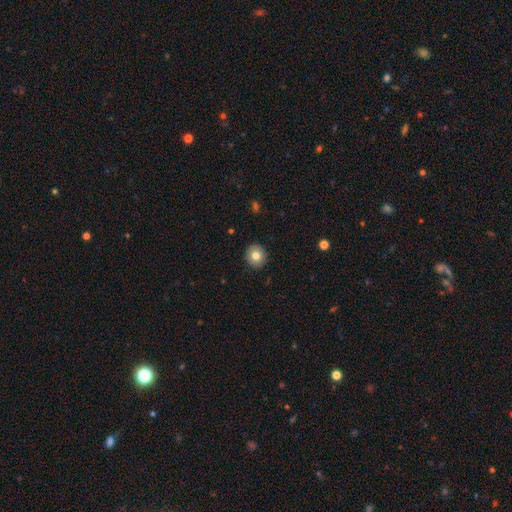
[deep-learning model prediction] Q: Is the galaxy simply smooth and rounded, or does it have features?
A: smooth — 80%.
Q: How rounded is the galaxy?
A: round — 90%.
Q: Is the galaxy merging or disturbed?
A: none — 92%.